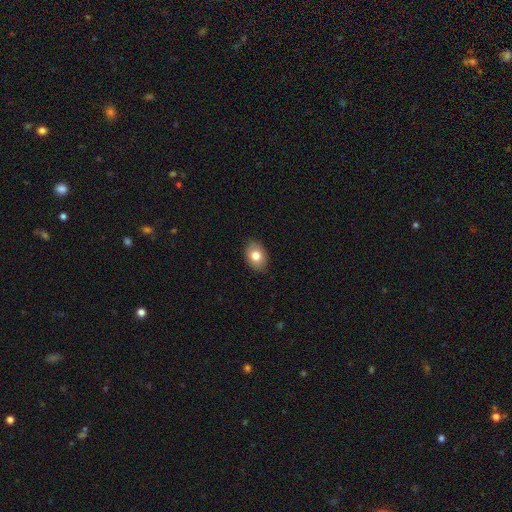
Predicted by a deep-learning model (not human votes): smooth-or-featured: smooth: 78% | featured or disk: 13% | star or artifact: 8%
  how-rounded: in between: 77% | round: 22% | cigar-shaped: 1%
  merging: none: 89% | minor disturbance: 8% | major disturbance: 2% | merger: 1%